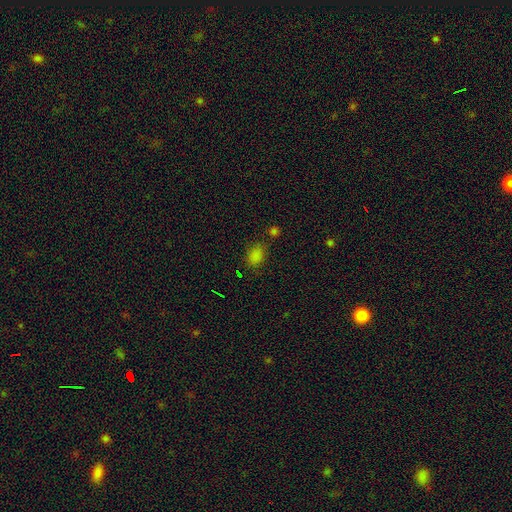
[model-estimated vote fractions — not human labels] Q: Smooth or featured?
A: smooth (77%); runner-up: star or artifact (18%)
Q: How rounded?
A: in between (75%); runner-up: round (23%)
Q: Merging?
A: none (68%); runner-up: minor disturbance (18%)